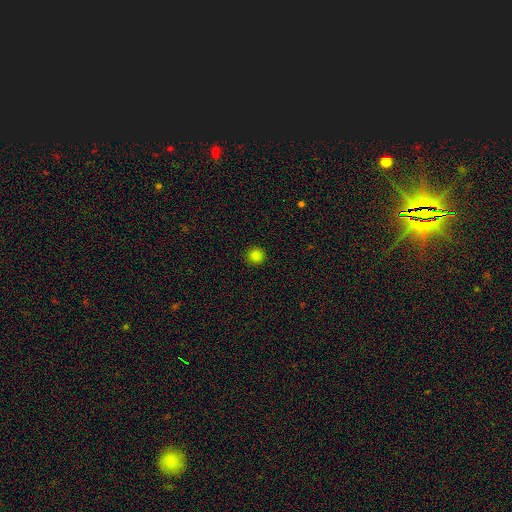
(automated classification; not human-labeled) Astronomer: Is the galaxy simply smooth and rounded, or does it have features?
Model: smooth — 84%.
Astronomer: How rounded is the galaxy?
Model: round — 94%.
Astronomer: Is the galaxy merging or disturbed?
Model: none — 92%.